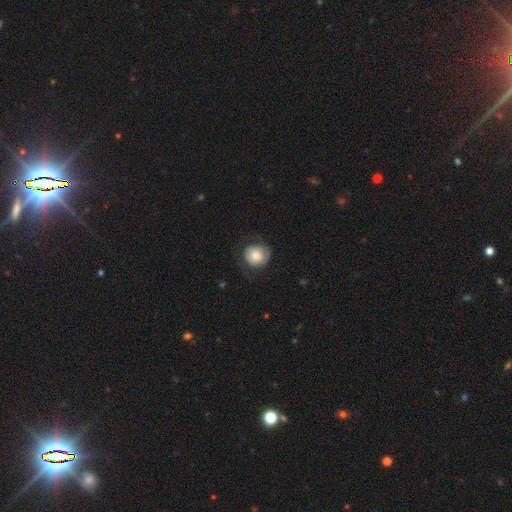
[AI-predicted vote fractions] Smooth or featured: smooth — 76% (featured or disk — 16%)
How rounded: round — 81% (in between — 18%)
Merging: none — 68% (minor disturbance — 21%)